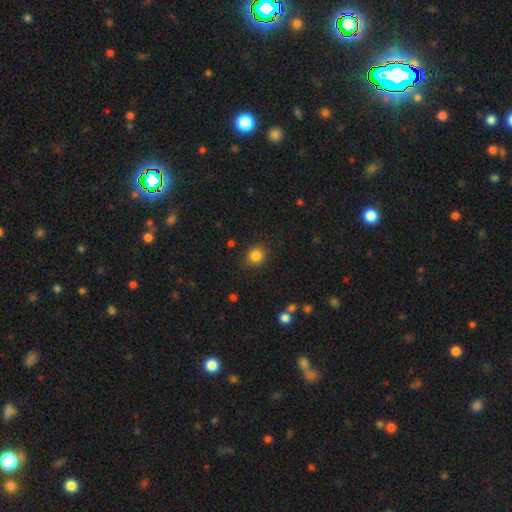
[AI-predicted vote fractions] smooth 84%, star or artifact 11%, featured or disk 5%. Down the decision tree: how rounded — round (83%); merging — none (85%).